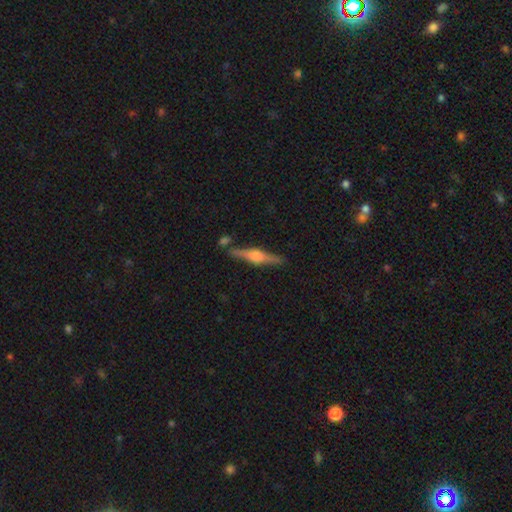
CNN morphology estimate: Overall: featured or disk (79%). Edge-on disk: yes (98%). Edge-on bulge: rounded (87%). Merging: none (84%).